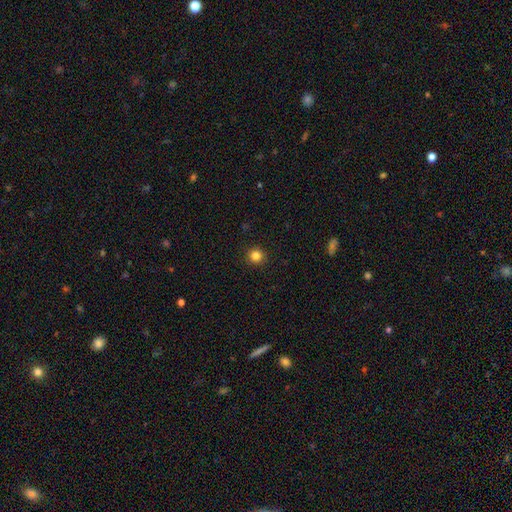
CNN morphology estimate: smooth-or-featured: smooth: 83% | star or artifact: 12% | featured or disk: 4%
  how-rounded: round: 94% | in between: 5% | cigar-shaped: 1%
  merging: none: 92% | minor disturbance: 5% | major disturbance: 2% | merger: 1%